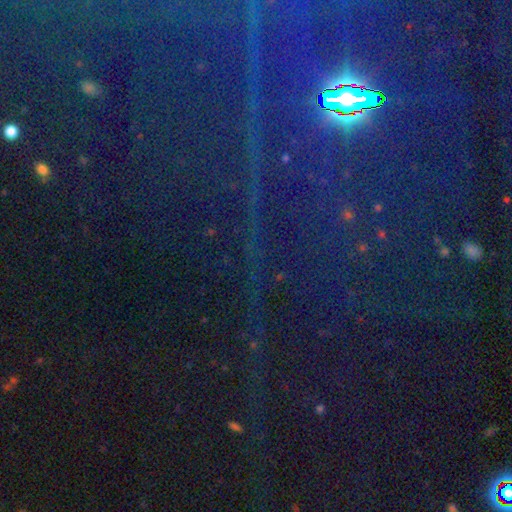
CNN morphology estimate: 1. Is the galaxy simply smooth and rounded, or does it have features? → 88% star or artifact, 6% featured or disk, 5% smooth.